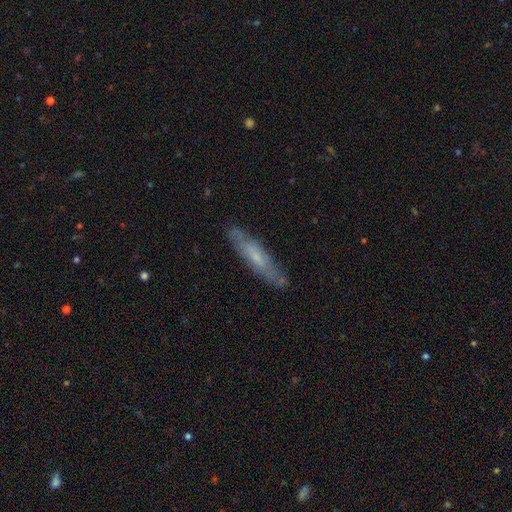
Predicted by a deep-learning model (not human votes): Q: Smooth or featured?
A: featured or disk (48%); runner-up: smooth (46%)
Q: Merging?
A: none (81%); runner-up: minor disturbance (14%)